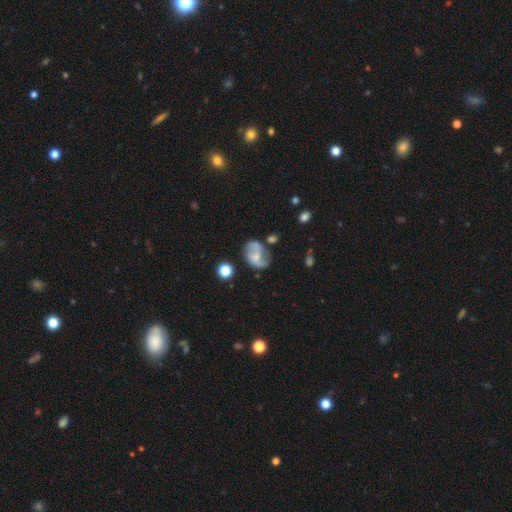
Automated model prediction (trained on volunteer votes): The model was most divided on "bar": no: 51%, weak: 38%, strong: 11%. Remaining: edge-on disk — no (97%); spiral arms — yes (79%); smooth or featured — featured or disk (61%); merging — none (53%); bulge size — small (48%).